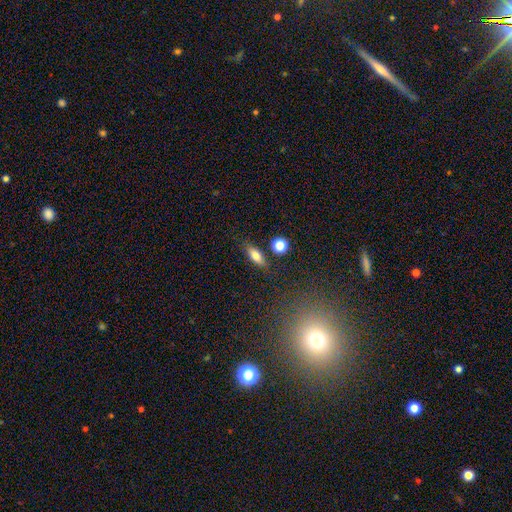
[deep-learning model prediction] A smooth galaxy with no disk features (76%) that is in between round and cigar-shaped (70%). Merging: none (78%).